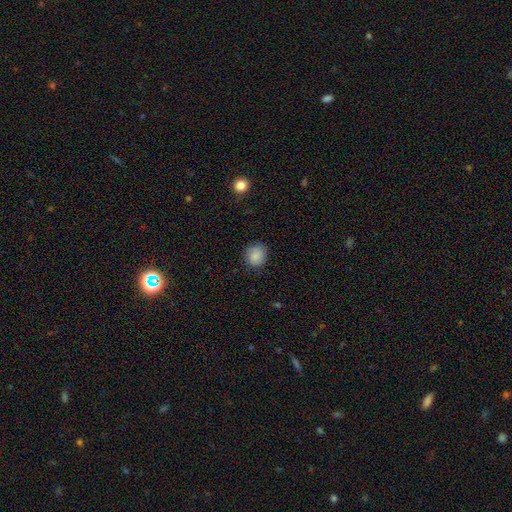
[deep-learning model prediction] This is clearly a smooth galaxy (87%). How rounded: clearly round (84%). Merging: clearly none (85%).